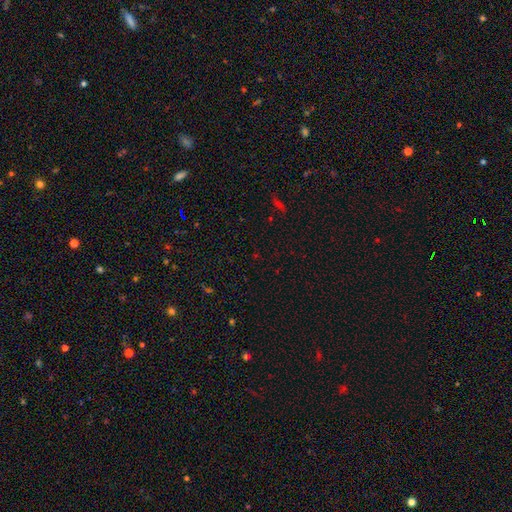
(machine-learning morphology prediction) smooth_or_featured: star or artifact (p=0.65) [alt: smooth p=0.27]